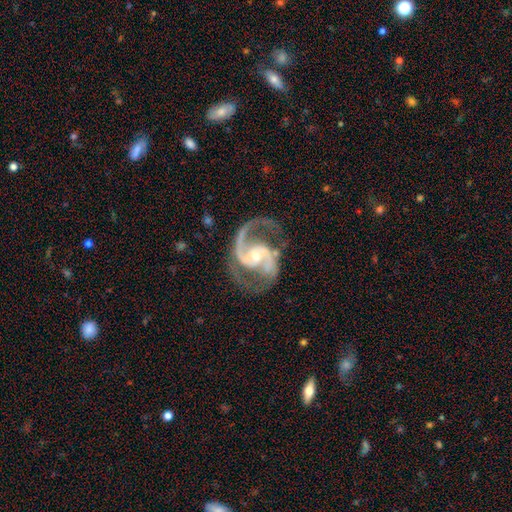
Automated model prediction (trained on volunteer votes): smooth-or-featured: featured or disk: 94% | star or artifact: 4% | smooth: 2%
  disk-edge-on: no: 98% | yes: 2%
    bar: no: 49% | weak: 37% | strong: 14%
    has-spiral-arms: yes: 98% | no: 2%
      spiral-winding: medium: 65% | loose: 19% | tight: 15%
      spiral-arm-count: 2: 92% | 3: 3% | 1: 2% | can't tell: 2% | 4: 1% | more than 4: 1%
    bulge-size: moderate: 52% | small: 44% | large: 2% | none: 1% | dominant: 1%
  merging: none: 72% | minor disturbance: 17% | major disturbance: 9% | merger: 2%